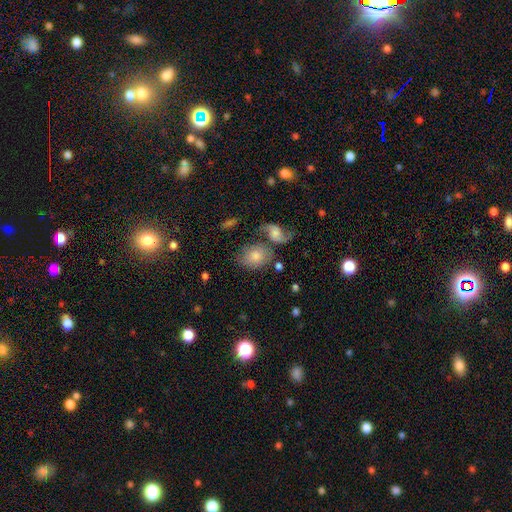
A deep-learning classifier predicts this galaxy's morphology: This is possibly a smooth galaxy (54%). How rounded: possibly in between (51%). Merging: possibly none (54%).